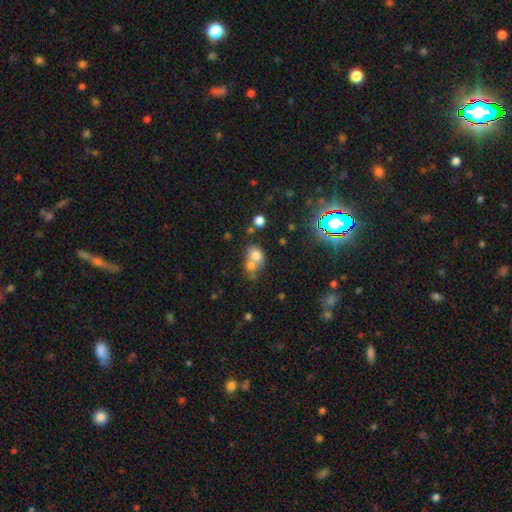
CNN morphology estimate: Smooth or featured? smooth (71%)
How rounded? round (51%)
Merging? merger (58%)